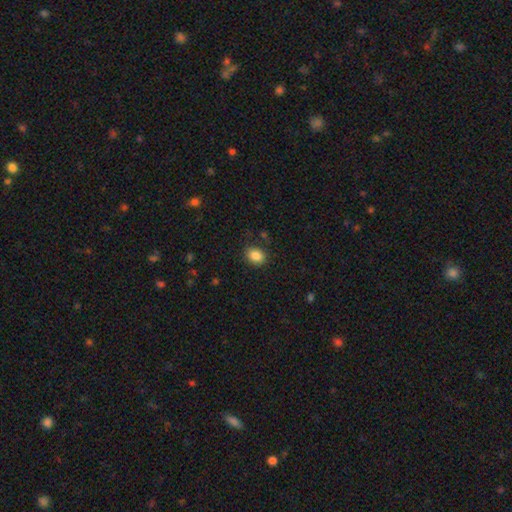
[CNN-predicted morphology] smooth-or-featured: smooth: 86% | star or artifact: 9% | featured or disk: 5%
  how-rounded: in between: 61% | round: 38% | cigar-shaped: 1%
  merging: none: 85% | minor disturbance: 10% | major disturbance: 3% | merger: 2%